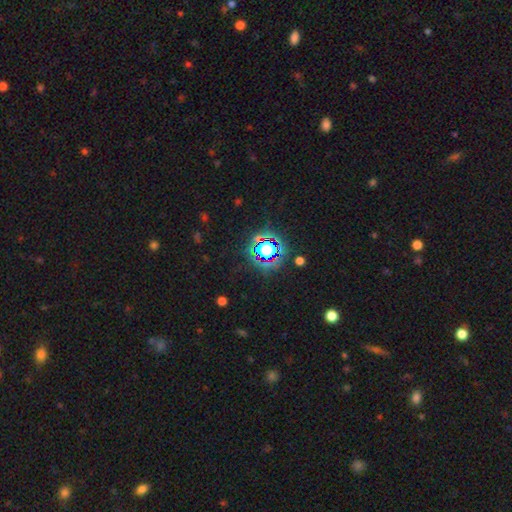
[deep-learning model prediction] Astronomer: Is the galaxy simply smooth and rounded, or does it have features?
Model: star or artifact — 79%.